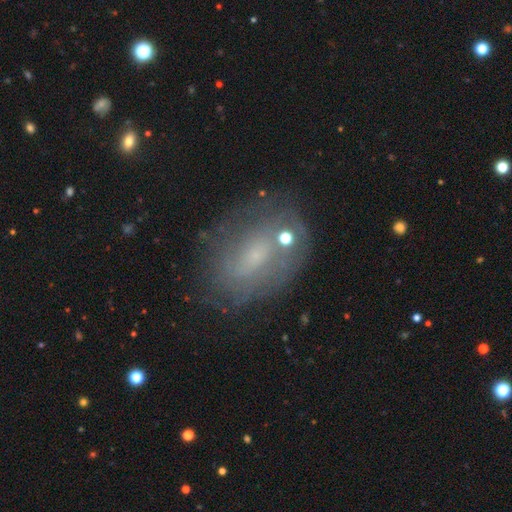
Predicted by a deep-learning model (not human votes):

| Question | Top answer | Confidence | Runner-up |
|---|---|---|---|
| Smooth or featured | featured or disk | 57% | smooth (31%) |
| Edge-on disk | no | 94% | yes (6%) |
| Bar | no | 54% | weak (36%) |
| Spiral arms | yes | 64% | no (36%) |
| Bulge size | small | 65% | moderate (20%) |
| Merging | none | 67% | minor disturbance (19%) |